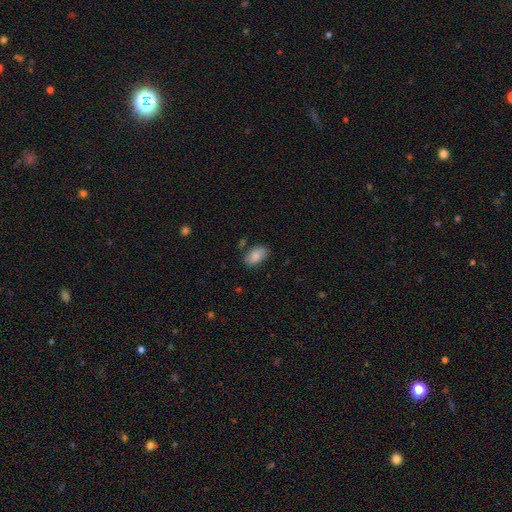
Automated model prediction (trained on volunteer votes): A smooth galaxy with no disk features (83%) that is in between round and cigar-shaped (92%).

Vote fractions:
- Smooth or featured? smooth: 83% / featured or disk: 10% / star or artifact: 7%
- How rounded? in between: 92% / round: 6% / cigar-shaped: 2%
- Merging? none: 71% / minor disturbance: 20% / major disturbance: 5% / merger: 5%